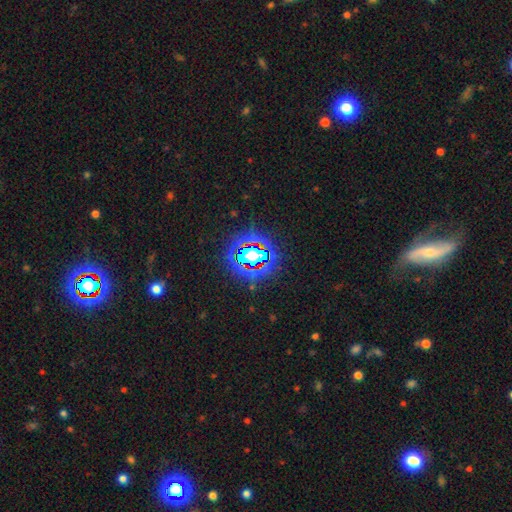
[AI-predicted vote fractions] Smooth or featured: star or artifact — 78% (smooth — 12%)